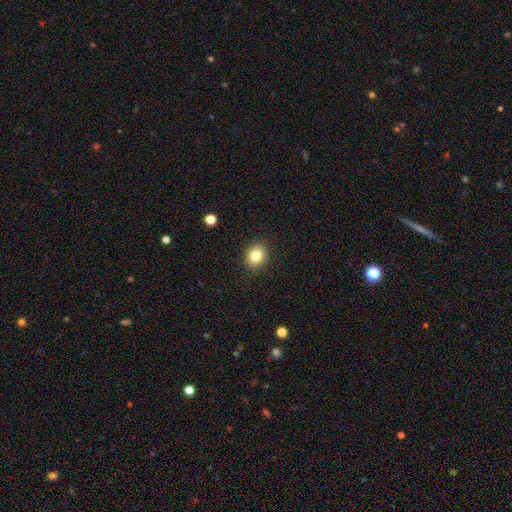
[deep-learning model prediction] Overall: smooth (81%). How rounded: round (67%; in between 32%). Merging: none (90%).